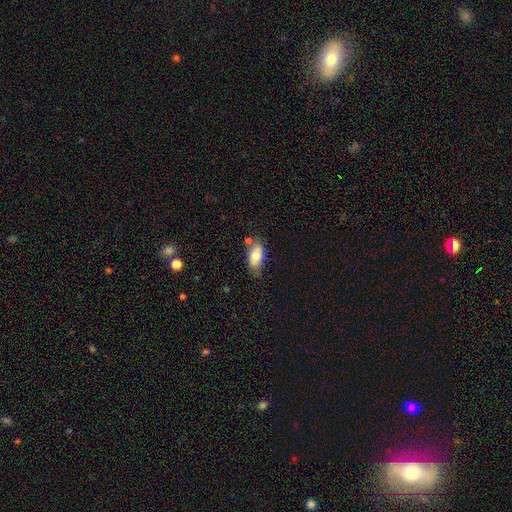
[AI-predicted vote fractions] Morphology: type=smooth (72%); roundness=in between (91%); merging=none (64%).